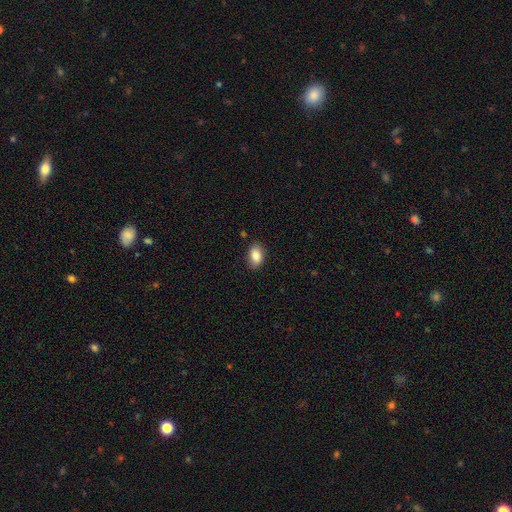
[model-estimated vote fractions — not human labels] This appears to be a smooth galaxy with no disk features (86%) that is in between round and cigar-shaped (87%). Merging: none (86%).